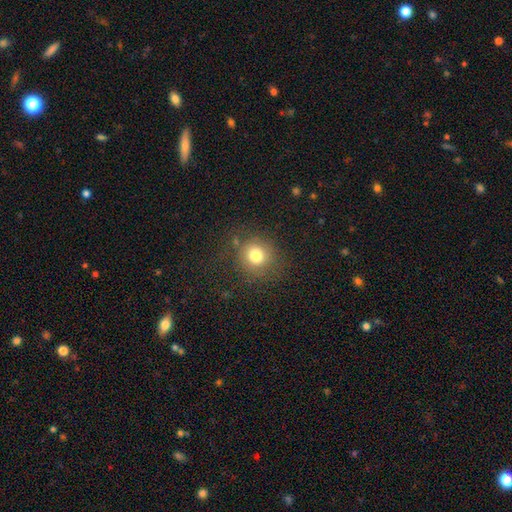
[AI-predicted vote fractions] A smooth galaxy with no disk features (77%) that is round (87%).

Vote fractions:
- Smooth or featured? smooth: 77% / star or artifact: 13% / featured or disk: 10%
- How rounded? round: 87% / in between: 12% / cigar-shaped: 1%
- Merging? none: 77% / minor disturbance: 13% / major disturbance: 7% / merger: 3%